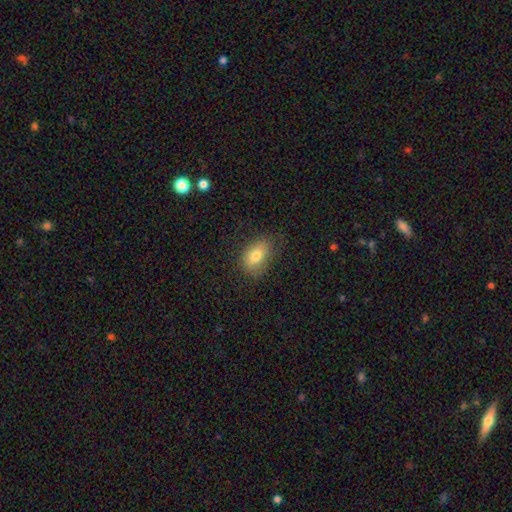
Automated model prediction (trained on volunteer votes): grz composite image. It shows a smooth galaxy with no disk features (76%) that is in between round and cigar-shaped (85%). Merging: none (71%).